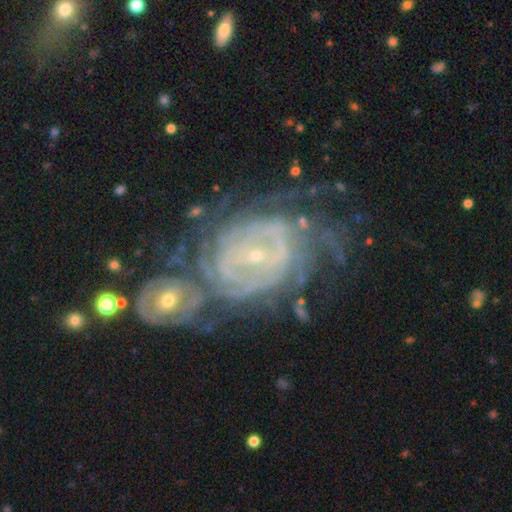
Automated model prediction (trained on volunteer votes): Smooth or featured: featured or disk — 85% (smooth — 7%)
Edge-on disk: no — 96% (yes — 4%)
Bar: no — 42% (weak — 41%)
Spiral arms: yes — 91% (no — 9%)
Spiral winding: tight — 73% (medium — 21%)
Spiral arm count: can't tell — 50% (2 — 16%)
Bulge size: small — 79% (moderate — 17%)
Merging: merger — 40% (none — 30%)